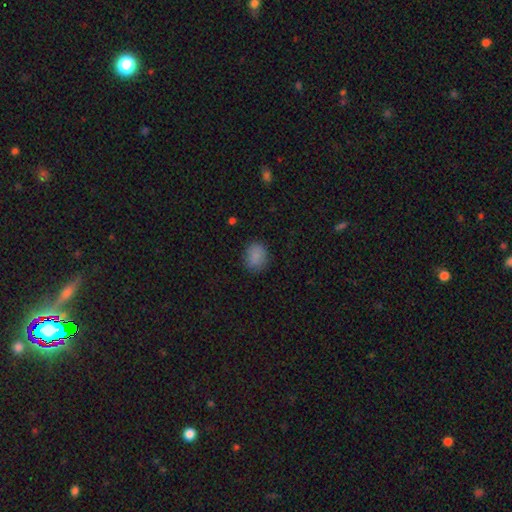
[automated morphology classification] Q: Smooth or featured?
A: smooth (85%); runner-up: star or artifact (10%)
Q: How rounded?
A: round (59%); runner-up: in between (40%)
Q: Merging?
A: none (81%); runner-up: minor disturbance (14%)